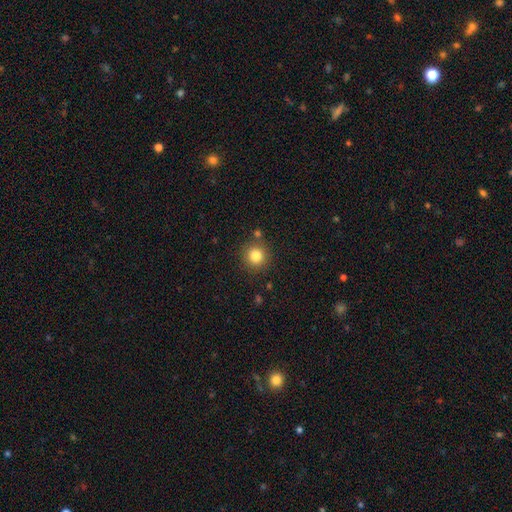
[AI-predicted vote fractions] Q: Smooth or featured?
A: smooth (82%); runner-up: star or artifact (12%)
Q: How rounded?
A: round (93%); runner-up: in between (6%)
Q: Merging?
A: none (85%); runner-up: minor disturbance (8%)